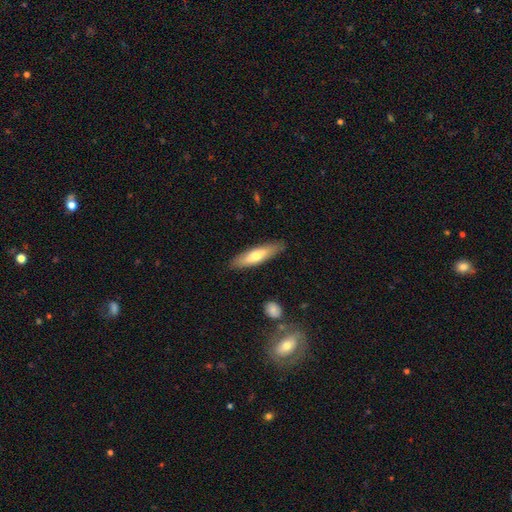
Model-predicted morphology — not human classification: This appears to be a smooth galaxy with no disk features (60%) that is cigar-shaped (68%). Merging: none (86%).